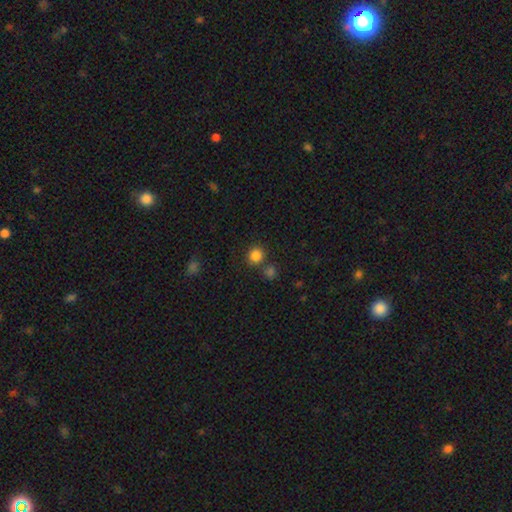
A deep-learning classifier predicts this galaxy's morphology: Q: Smooth or featured?
A: smooth (83%); runner-up: star or artifact (13%)
Q: How rounded?
A: round (88%); runner-up: in between (11%)
Q: Merging?
A: none (74%); runner-up: merger (15%)